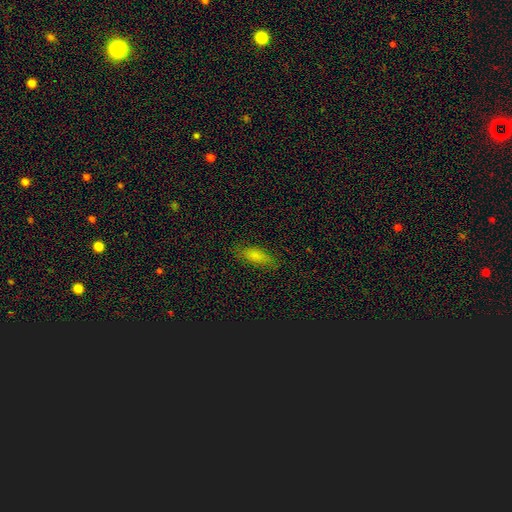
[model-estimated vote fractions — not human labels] Q: Smooth or featured?
A: smooth (79%); runner-up: featured or disk (11%)
Q: How rounded?
A: in between (62%); runner-up: cigar-shaped (36%)
Q: Merging?
A: none (80%); runner-up: minor disturbance (15%)